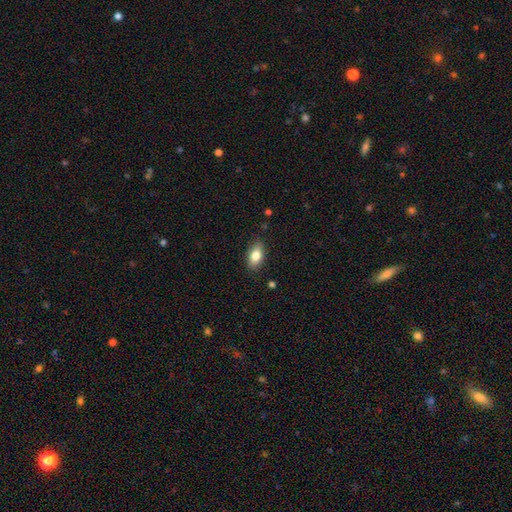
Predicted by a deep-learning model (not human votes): Q: Smooth or featured?
A: smooth (79%); runner-up: featured or disk (13%)
Q: How rounded?
A: in between (87%); runner-up: round (7%)
Q: Merging?
A: none (85%); runner-up: minor disturbance (11%)